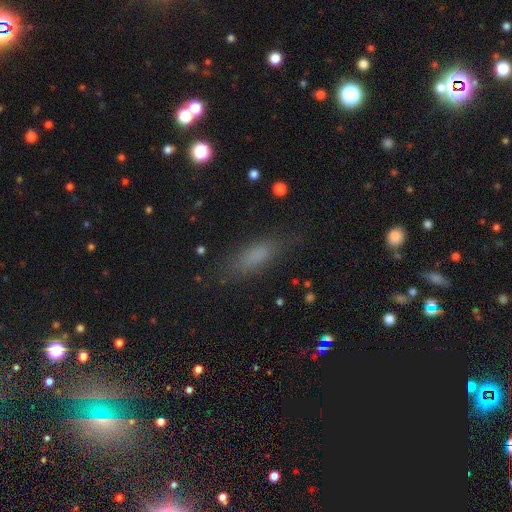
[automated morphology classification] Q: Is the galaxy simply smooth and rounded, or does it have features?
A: smooth — 73%.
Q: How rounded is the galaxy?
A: in between — 55%.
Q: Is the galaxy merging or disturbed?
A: none — 77%.